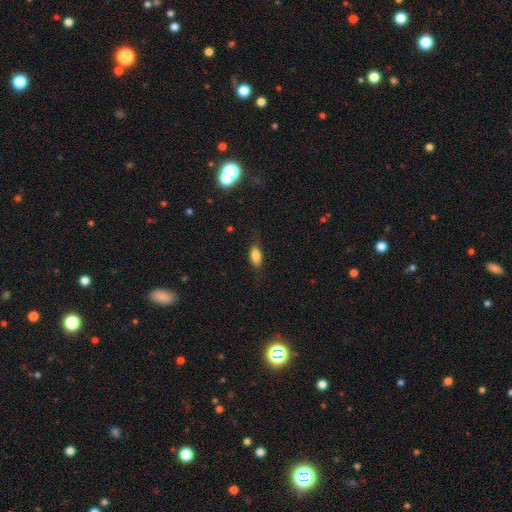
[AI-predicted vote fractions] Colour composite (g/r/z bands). It shows a smooth galaxy with no disk features (82%) that is in between round and cigar-shaped (85%). Merging: none (77%).